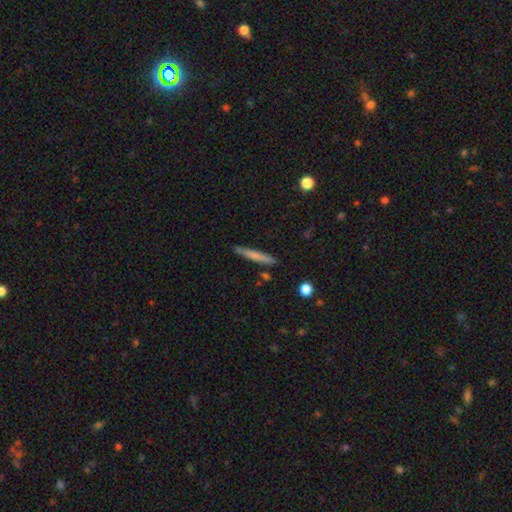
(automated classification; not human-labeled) Smooth or featured? smooth (69%)
How rounded? cigar-shaped (95%)
Merging? none (85%)